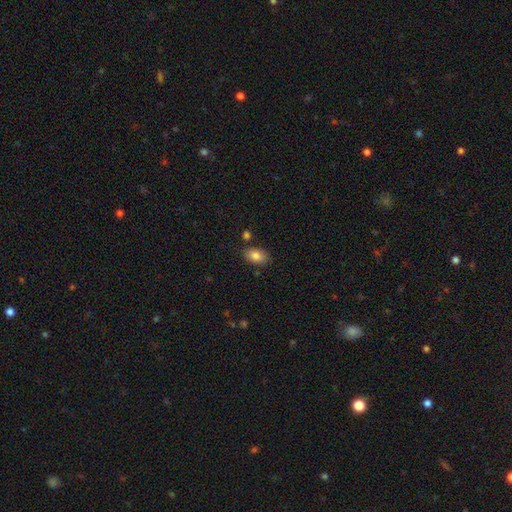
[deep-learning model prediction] The model was most divided on "merging": none: 79%, minor disturbance: 13%, merger: 5%, major disturbance: 3%. More confident: how rounded — in between (88%); smooth or featured — smooth (84%).